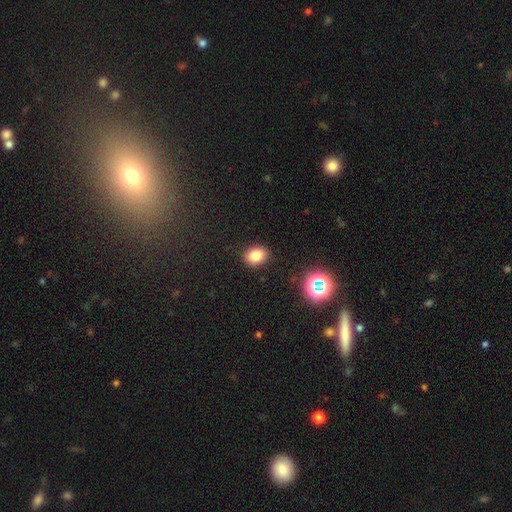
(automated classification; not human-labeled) Smooth or featured? Predicted: smooth (p=0.80). How rounded? Predicted: in between (p=0.51). Merging? Predicted: none (p=0.88).